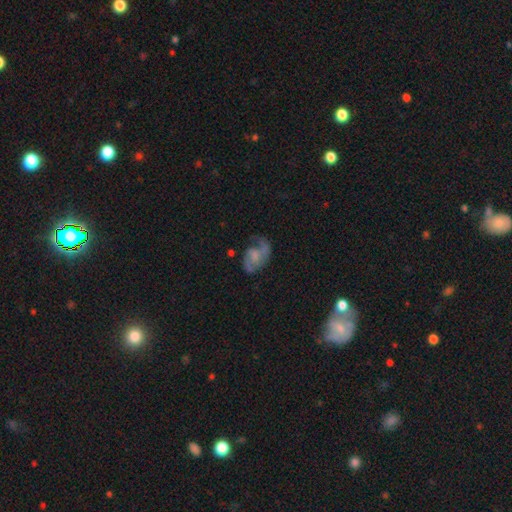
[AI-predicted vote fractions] featured or disk 74%, smooth 18%, star or artifact 8%. Down the decision tree: edge-on disk — no (97%); bar — no (54%); spiral arms — yes (91%); spiral arm count — 2 (77%); spiral winding — medium (47%); bulge size — none (37%); merging — none (55%).